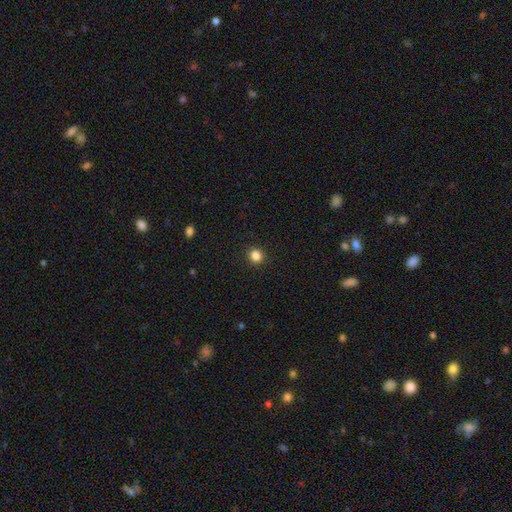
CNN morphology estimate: Smooth or featured?
  - smooth: 84% *
  - star or artifact: 12%
  - featured or disk: 4%
How rounded?
  - round: 88% *
  - in between: 11%
  - cigar-shaped: 1%
Merging?
  - none: 92% *
  - minor disturbance: 5%
  - major disturbance: 2%
  - merger: 1%